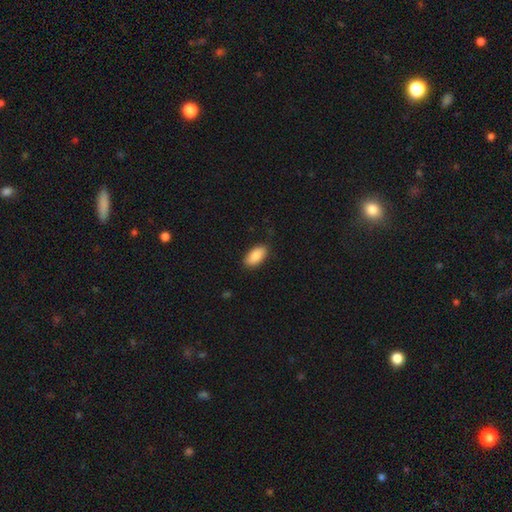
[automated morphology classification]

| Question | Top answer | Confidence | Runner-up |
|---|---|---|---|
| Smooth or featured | smooth | 89% | star or artifact (6%) |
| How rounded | in between | 93% | cigar-shaped (5%) |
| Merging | none | 87% | minor disturbance (10%) |